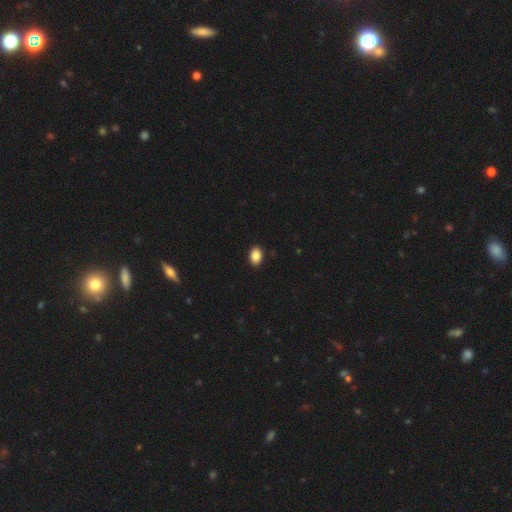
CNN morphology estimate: This is clearly a smooth galaxy (88%). How rounded: likely in between (79%). Merging: clearly none (91%).